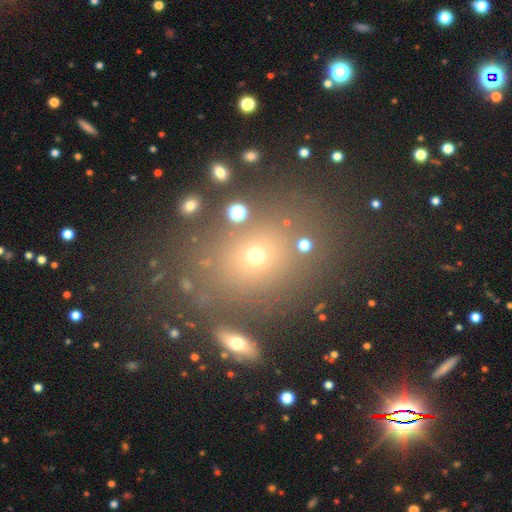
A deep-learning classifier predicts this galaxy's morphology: Smooth or featured?
  - smooth: 57% *
  - star or artifact: 30%
  - featured or disk: 13%
How rounded?
  - round: 59% *
  - in between: 39%
  - cigar-shaped: 2%
Merging?
  - none: 75% *
  - minor disturbance: 10%
  - merger: 8%
  - major disturbance: 6%